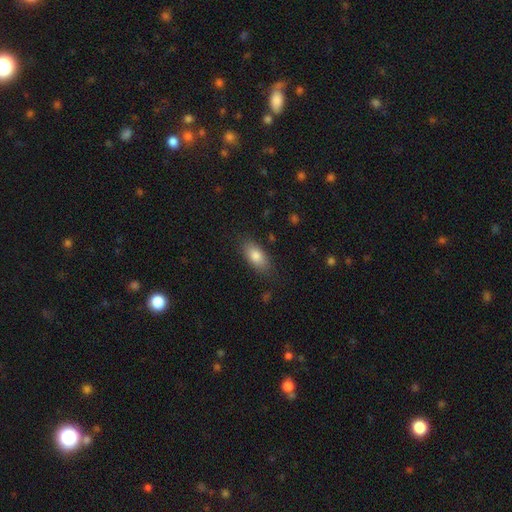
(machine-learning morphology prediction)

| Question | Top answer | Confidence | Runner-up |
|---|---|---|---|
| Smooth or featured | smooth | 81% | featured or disk (12%) |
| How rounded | in between | 87% | cigar-shaped (8%) |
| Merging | none | 82% | minor disturbance (13%) |